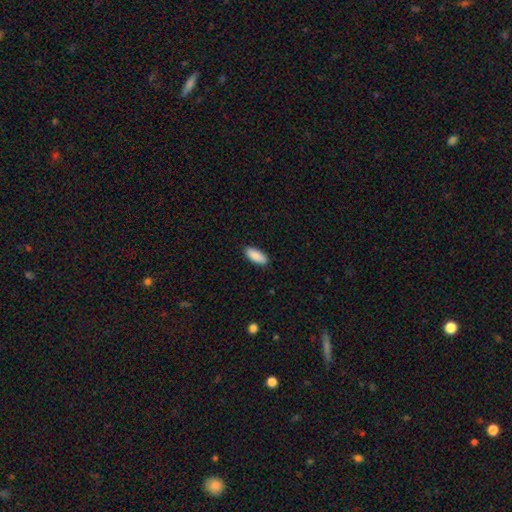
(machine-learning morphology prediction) Smooth or featured?
  - smooth: 89% *
  - star or artifact: 6%
  - featured or disk: 5%
How rounded?
  - in between: 83% *
  - cigar-shaped: 16%
  - round: 2%
Merging?
  - none: 89% *
  - minor disturbance: 8%
  - major disturbance: 2%
  - merger: 1%